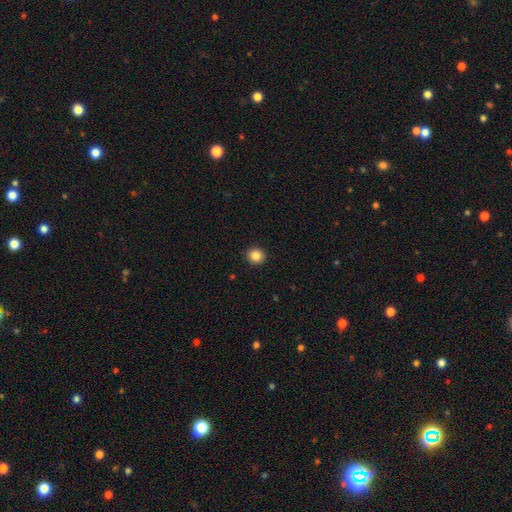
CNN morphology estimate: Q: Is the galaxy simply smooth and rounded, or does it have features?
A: smooth — 85%.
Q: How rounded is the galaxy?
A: round — 92%.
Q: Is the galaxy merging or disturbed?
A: none — 93%.